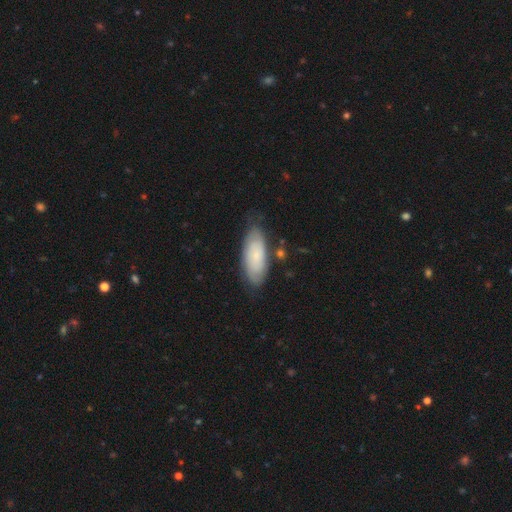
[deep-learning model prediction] This appears to be a smooth galaxy with no disk features (64%) that is in between round and cigar-shaped (81%). Merging: none (72%).